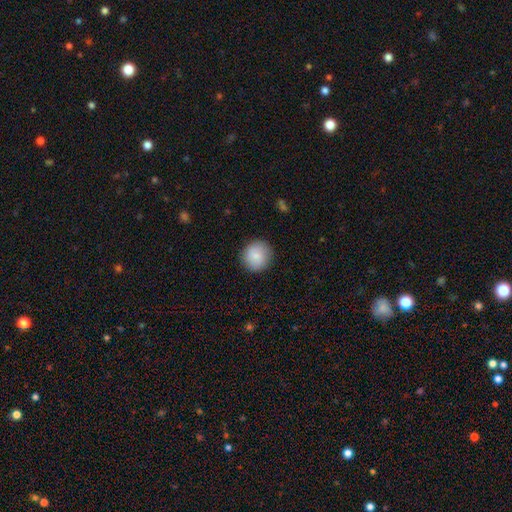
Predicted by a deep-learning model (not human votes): Smooth or featured? smooth (86%)
How rounded? round (91%)
Merging? none (89%)